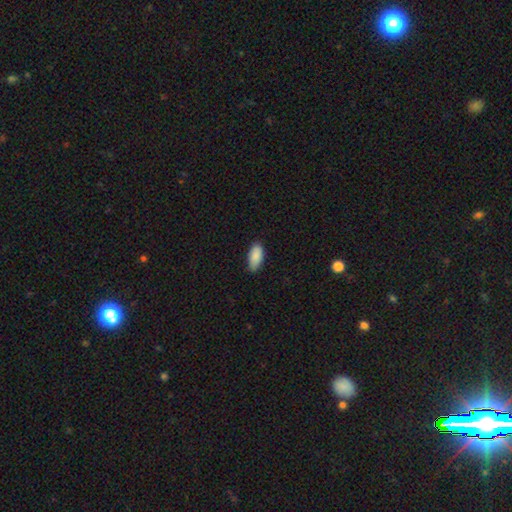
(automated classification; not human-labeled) This is clearly a smooth galaxy (89%). How rounded: clearly in between (90%). Merging: likely none (78%).